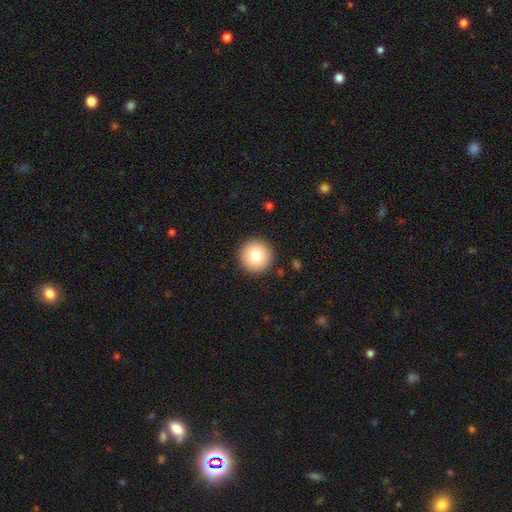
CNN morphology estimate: A smooth galaxy with no disk features (81%) that is round (96%). Merging: none (92%).